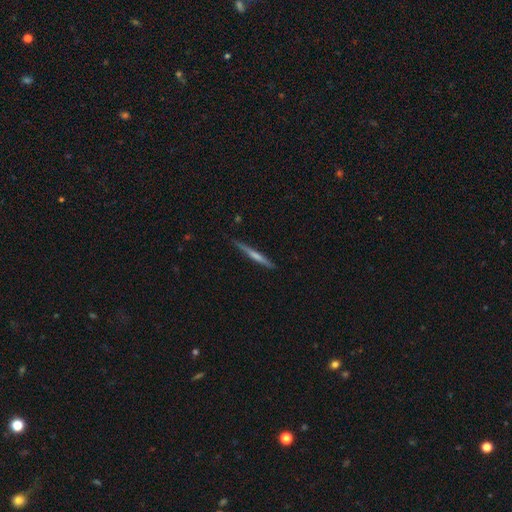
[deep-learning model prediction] smooth_or_featured: featured or disk (p=0.62) [alt: smooth p=0.32]
disk_edge_on: yes (p=0.98) [alt: no p=0.02]
edge_on_bulge: rounded (p=0.52) [alt: none p=0.38]
merging: none (p=0.88) [alt: minor disturbance p=0.09]